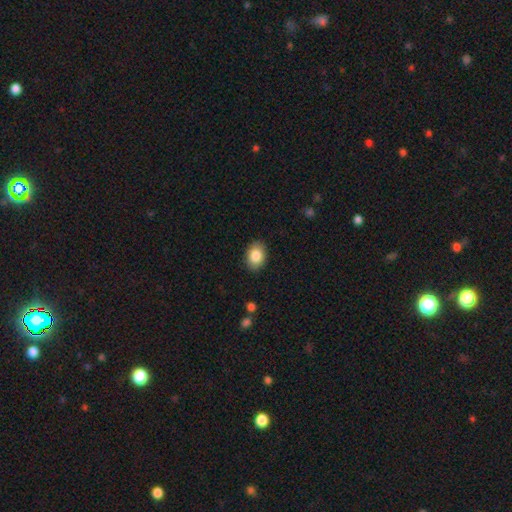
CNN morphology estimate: Smooth or featured? Predicted: smooth (p=0.84). How rounded? Predicted: in between (p=0.76). Merging? Predicted: none (p=0.89).